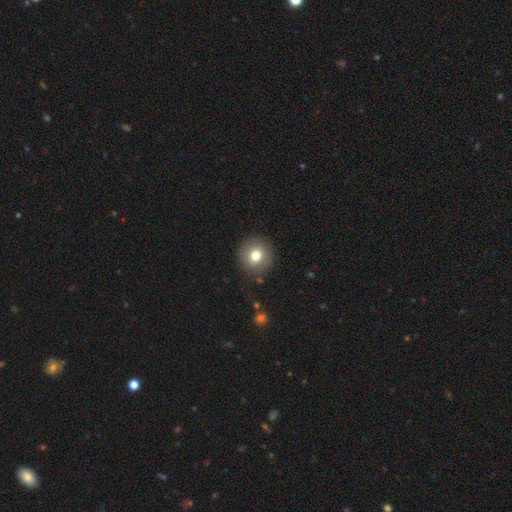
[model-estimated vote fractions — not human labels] smooth-or-featured: smooth: 76% | featured or disk: 14% | star or artifact: 11%
  how-rounded: round: 92% | in between: 7% | cigar-shaped: 1%
  merging: none: 88% | minor disturbance: 7% | major disturbance: 3% | merger: 2%